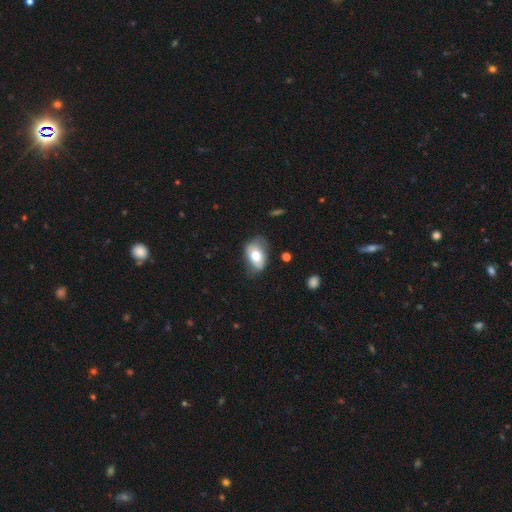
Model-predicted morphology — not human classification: Smooth or featured? Predicted: smooth (p=0.66). How rounded? Predicted: in between (p=0.85). Merging? Predicted: none (p=0.53).